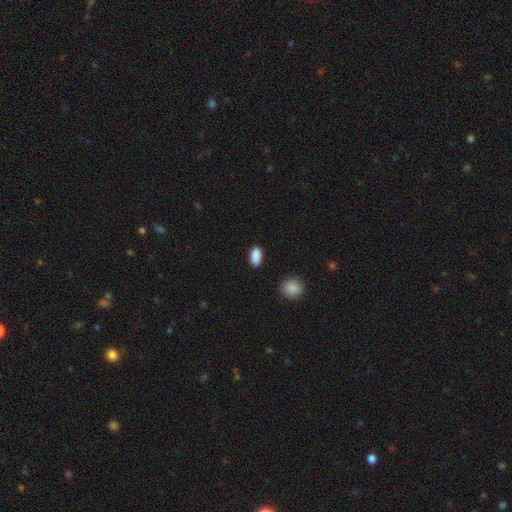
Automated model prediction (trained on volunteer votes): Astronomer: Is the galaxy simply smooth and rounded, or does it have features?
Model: smooth — 89%.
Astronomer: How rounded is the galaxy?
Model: in between — 89%.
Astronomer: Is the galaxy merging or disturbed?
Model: none — 87%.